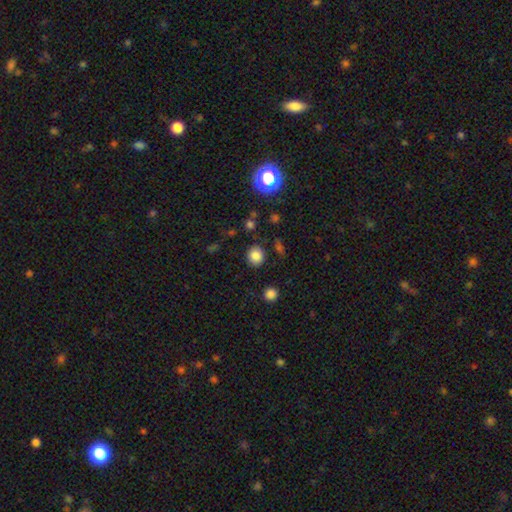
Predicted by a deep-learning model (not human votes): Smooth or featured? Predicted: smooth (p=0.82). How rounded? Predicted: round (p=0.79). Merging? Predicted: none (p=0.86).